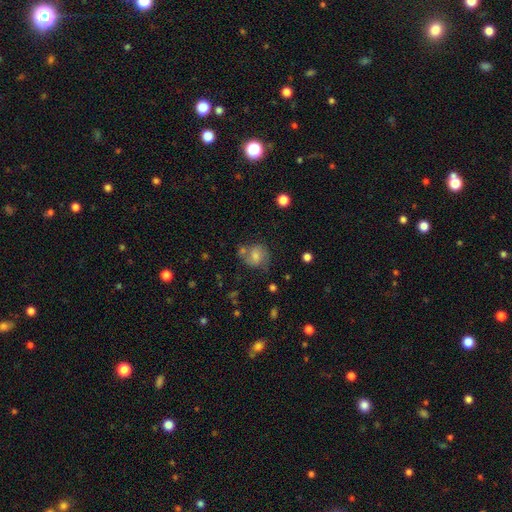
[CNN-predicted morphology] Smooth or featured: smooth — 60% (featured or disk — 29%)
How rounded: round — 70% (in between — 29%)
Merging: none — 52% (minor disturbance — 20%)